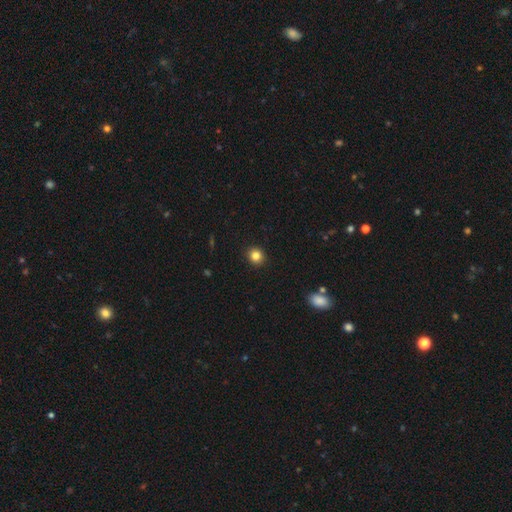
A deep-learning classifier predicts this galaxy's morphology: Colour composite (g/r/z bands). It shows a smooth galaxy with no disk features (83%) that is round (88%). Merging: none (92%).